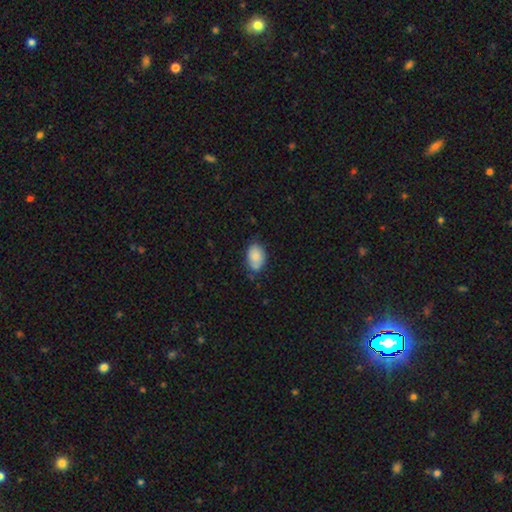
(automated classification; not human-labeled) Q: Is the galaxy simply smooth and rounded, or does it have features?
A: smooth — 83%.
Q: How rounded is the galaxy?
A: in between — 86%.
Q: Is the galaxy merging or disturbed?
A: none — 63%.